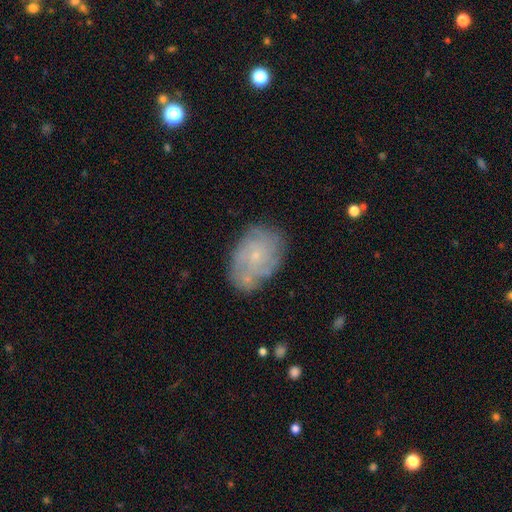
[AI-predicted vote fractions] smooth-or-featured: featured or disk: 65% | smooth: 27% | star or artifact: 8%
  disk-edge-on: no: 97% | yes: 3%
    bar: no: 82% | weak: 16% | strong: 2%
    has-spiral-arms: yes: 79% | no: 21%
    bulge-size: small: 81% | moderate: 13% | none: 4% | large: 1% | dominant: 1%
  merging: none: 67% | minor disturbance: 21% | major disturbance: 7% | merger: 5%